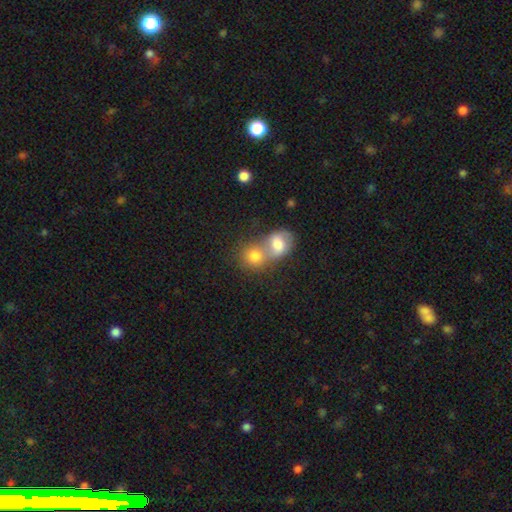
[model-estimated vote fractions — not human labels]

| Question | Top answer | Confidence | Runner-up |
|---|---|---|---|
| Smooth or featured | smooth | 73% | featured or disk (17%) |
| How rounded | round | 69% | in between (29%) |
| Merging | merger | 66% | none (25%) |